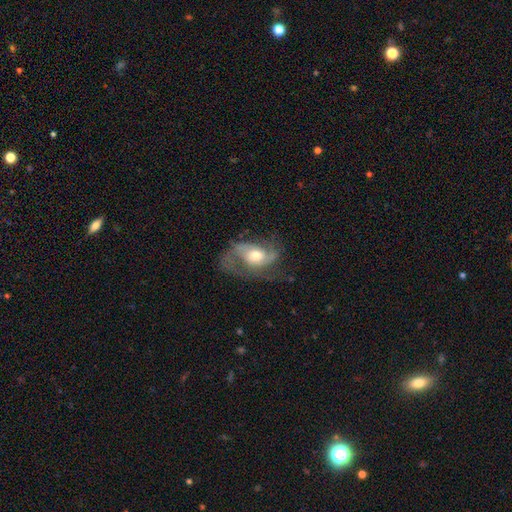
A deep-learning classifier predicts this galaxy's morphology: Smooth or featured? Predicted: featured or disk (p=0.73). Edge-on disk? Predicted: no (p=0.96). Bar? Predicted: no (p=0.67). Spiral arms? Predicted: yes (p=0.87). Spiral winding? Predicted: medium (p=0.44). Spiral arm count? Predicted: 2 (p=0.61). Bulge size? Predicted: moderate (p=0.64). Merging? Predicted: none (p=0.44).